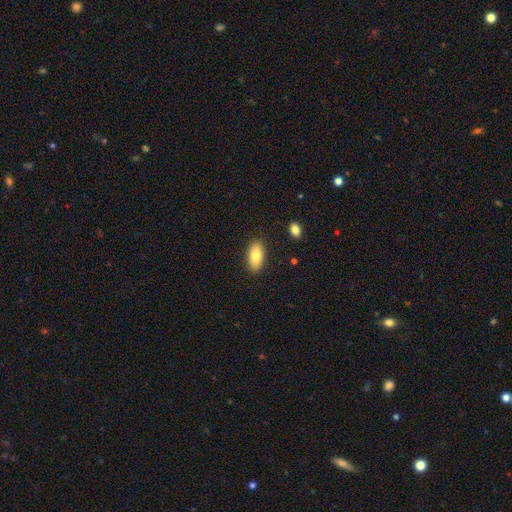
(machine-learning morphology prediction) The model was most divided on "smooth or featured": smooth: 81%, featured or disk: 12%, star or artifact: 7%. More confident: how rounded — in between (90%); merging — none (87%).